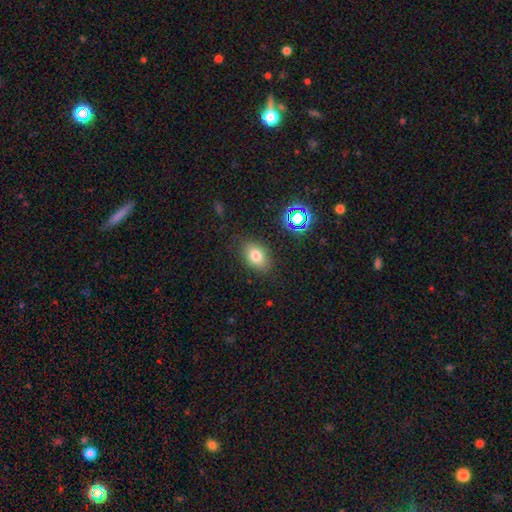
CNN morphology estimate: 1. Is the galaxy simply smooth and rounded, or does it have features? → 75% smooth, 14% star or artifact, 11% featured or disk.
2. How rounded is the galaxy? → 76% in between, 23% round, 2% cigar-shaped.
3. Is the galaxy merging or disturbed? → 81% none, 13% minor disturbance, 4% major disturbance, 2% merger.